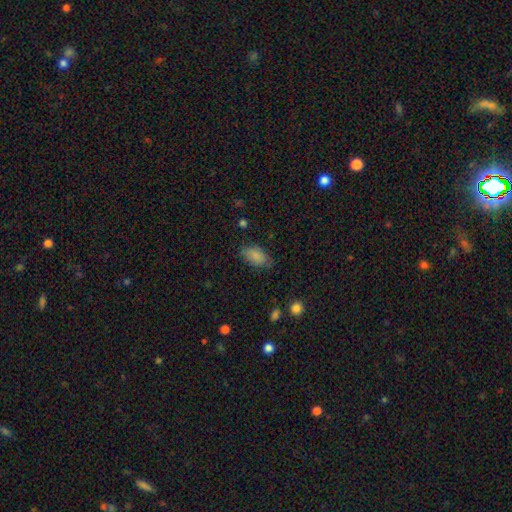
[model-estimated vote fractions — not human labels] Smooth or featured: smooth — 85% (star or artifact — 8%)
How rounded: in between — 92% (round — 6%)
Merging: none — 72% (minor disturbance — 21%)